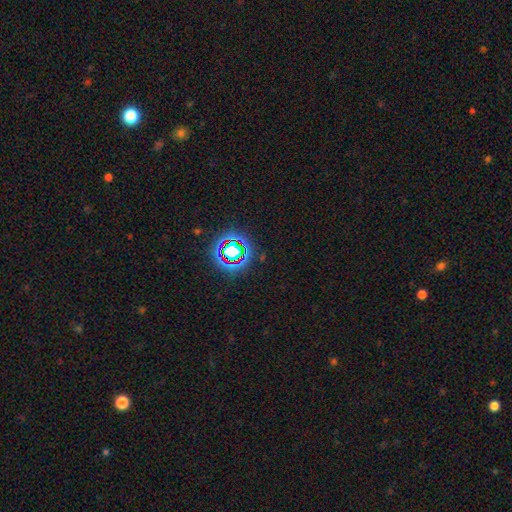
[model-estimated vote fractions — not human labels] A star or artifact, not a galaxy (76%).

Vote fractions:
- Smooth or featured? star or artifact: 76% / smooth: 15% / featured or disk: 9%